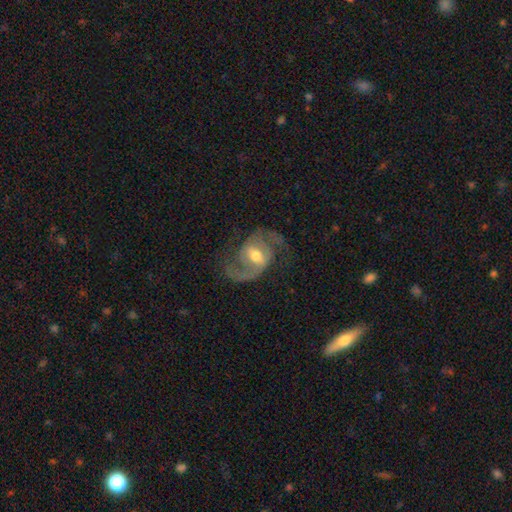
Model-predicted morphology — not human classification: Smooth or featured?
  - featured or disk: 88% *
  - smooth: 7%
  - star or artifact: 5%
Edge-on disk?
  - no: 97% *
  - yes: 3%
Bar?
  - weak: 51% *
  - no: 24%
  - strong: 24%
Spiral arms?
  - yes: 95% *
  - no: 5%
Spiral winding?
  - medium: 50% *
  - loose: 40%
  - tight: 10%
Spiral arm count?
  - 2: 90% *
  - 1: 3%
  - can't tell: 3%
  - 3: 2%
  - 4: 1%
  - more than 4: 1%
Bulge size?
  - moderate: 71% *
  - small: 19%
  - large: 8%
  - none: 1%
  - dominant: 1%
Merging?
  - none: 69% *
  - minor disturbance: 15%
  - major disturbance: 15%
  - merger: 2%